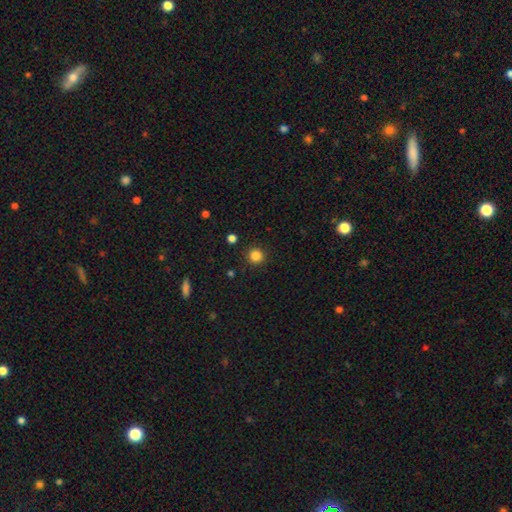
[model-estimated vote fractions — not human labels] Smooth or featured?
  - smooth: 84% *
  - star or artifact: 12%
  - featured or disk: 3%
How rounded?
  - round: 94% *
  - in between: 5%
  - cigar-shaped: 1%
Merging?
  - none: 91% *
  - minor disturbance: 5%
  - major disturbance: 2%
  - merger: 1%